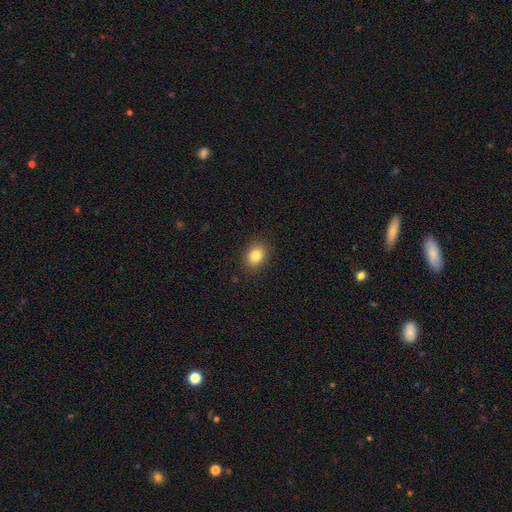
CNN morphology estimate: A smooth galaxy with no disk features (83%) that is in between round and cigar-shaped (50%).

Vote fractions:
- Smooth or featured? smooth: 83% / star or artifact: 10% / featured or disk: 7%
- How rounded? in between: 50% / round: 49% / cigar-shaped: 1%
- Merging? none: 89% / minor disturbance: 8% / major disturbance: 2% / merger: 1%